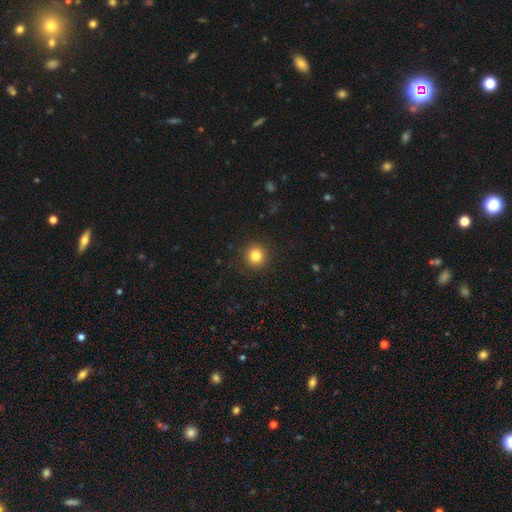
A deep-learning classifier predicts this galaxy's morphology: A smooth galaxy with no disk features (83%) that is round (95%).

Vote fractions:
- Smooth or featured? smooth: 83% / star or artifact: 12% / featured or disk: 5%
- How rounded? round: 95% / in between: 4% / cigar-shaped: 1%
- Merging? none: 92% / minor disturbance: 5% / major disturbance: 2% / merger: 1%